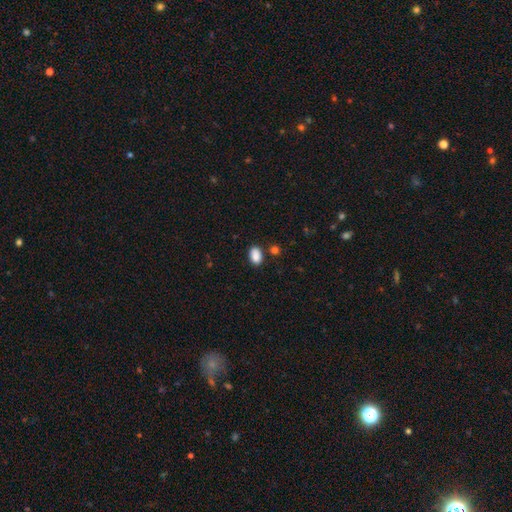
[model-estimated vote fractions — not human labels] Q: Smooth or featured?
A: smooth (88%); runner-up: star or artifact (8%)
Q: How rounded?
A: in between (88%); runner-up: round (11%)
Q: Merging?
A: none (79%); runner-up: minor disturbance (12%)